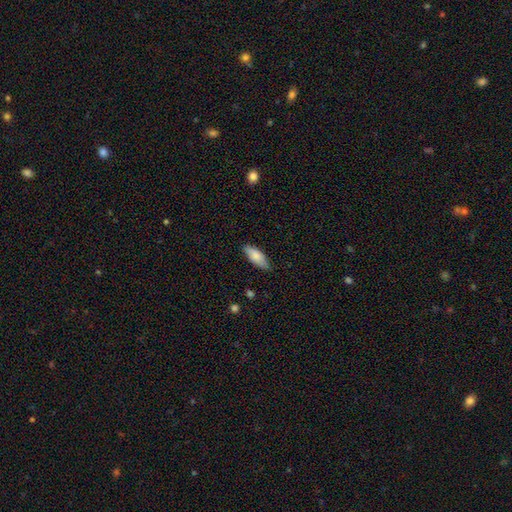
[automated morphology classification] Overall: smooth (82%). How rounded: in between (75%). Merging: none (82%).